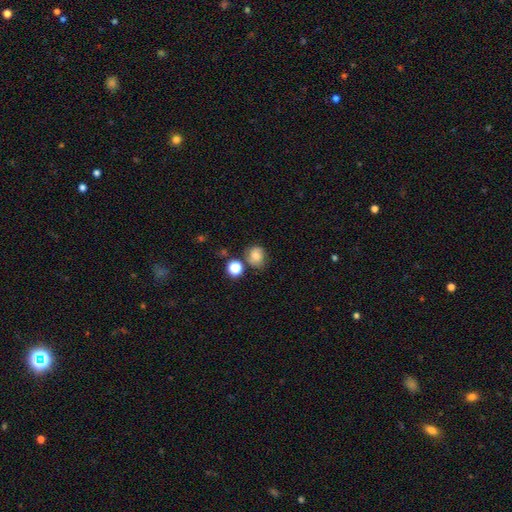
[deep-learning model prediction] This is likely a smooth galaxy (66%). How rounded: likely round (71%). Merging: likely none (66%).